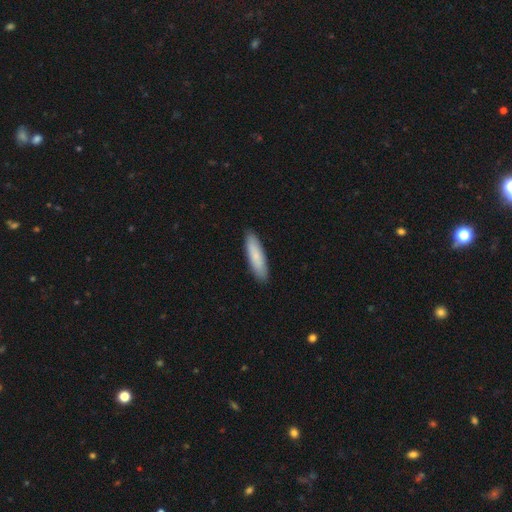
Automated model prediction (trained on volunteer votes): This is clearly a smooth galaxy (83%). How rounded: likely cigar-shaped (72%). Merging: clearly none (90%).